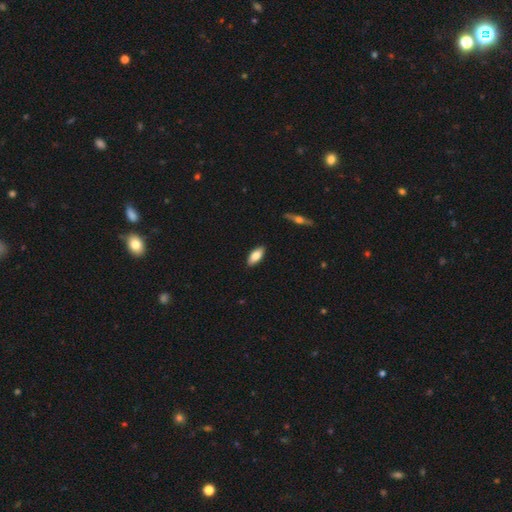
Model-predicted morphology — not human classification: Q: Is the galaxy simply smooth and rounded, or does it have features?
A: smooth — 78%.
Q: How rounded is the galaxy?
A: in between — 85%.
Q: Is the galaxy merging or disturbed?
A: none — 89%.